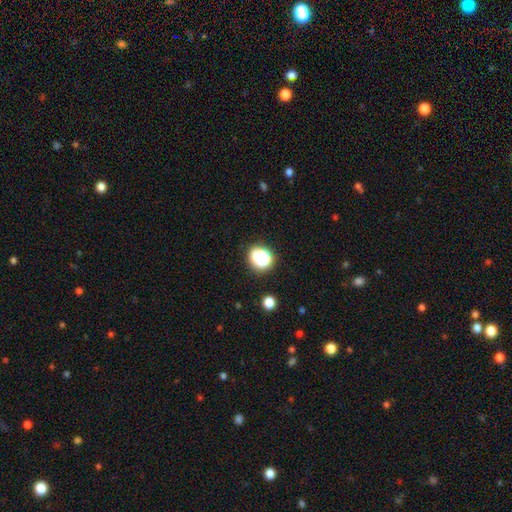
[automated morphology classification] Smooth or featured? Predicted: smooth (p=0.54). How rounded? Predicted: round (p=0.79). Merging? Predicted: none (p=0.76).